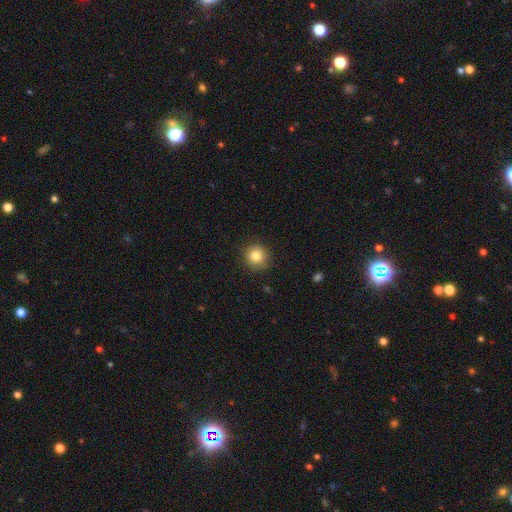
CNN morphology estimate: This appears to be a smooth galaxy with no disk features (82%) that is round (93%). Merging: none (90%).